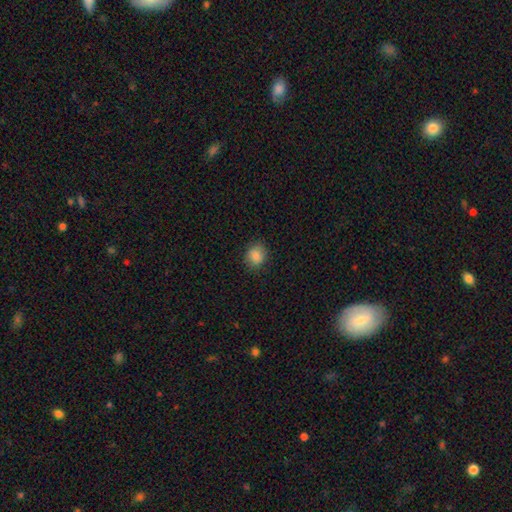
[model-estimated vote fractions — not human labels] smooth-or-featured: smooth: 86% | star or artifact: 9% | featured or disk: 5%
  how-rounded: round: 72% | in between: 27% | cigar-shaped: 1%
  merging: none: 86% | minor disturbance: 10% | major disturbance: 3% | merger: 1%